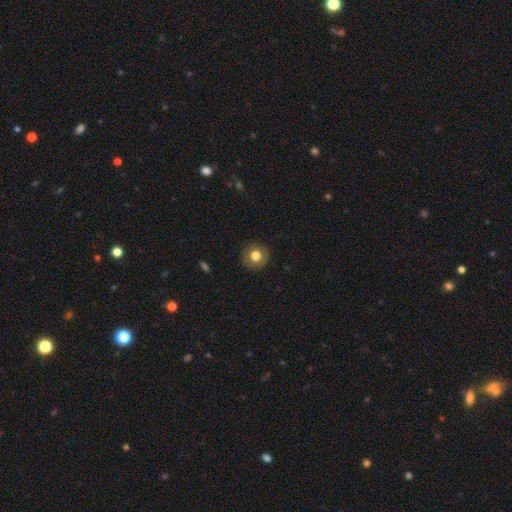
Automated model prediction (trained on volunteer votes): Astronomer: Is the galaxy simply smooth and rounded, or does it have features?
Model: smooth — 76%.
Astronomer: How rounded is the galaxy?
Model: round — 91%.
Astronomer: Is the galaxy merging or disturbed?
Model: none — 89%.